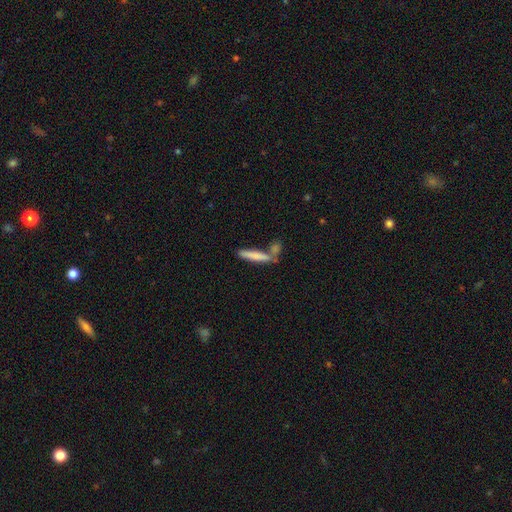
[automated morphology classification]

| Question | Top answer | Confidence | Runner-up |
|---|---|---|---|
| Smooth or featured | smooth | 75% | featured or disk (19%) |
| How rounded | cigar-shaped | 89% | in between (9%) |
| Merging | none | 58% | merger (26%) |